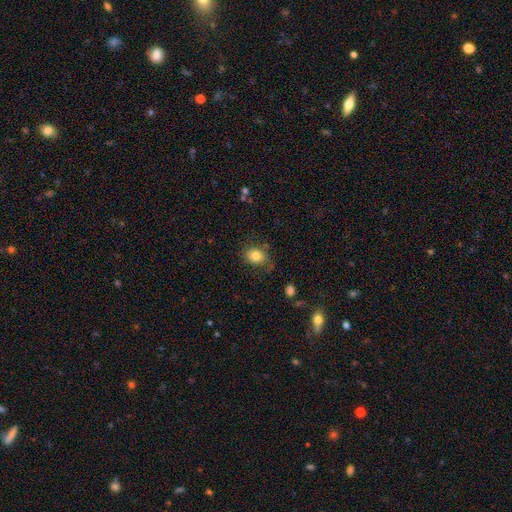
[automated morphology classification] Smooth or featured? smooth (80%)
How rounded? round (51%)
Merging? none (71%)